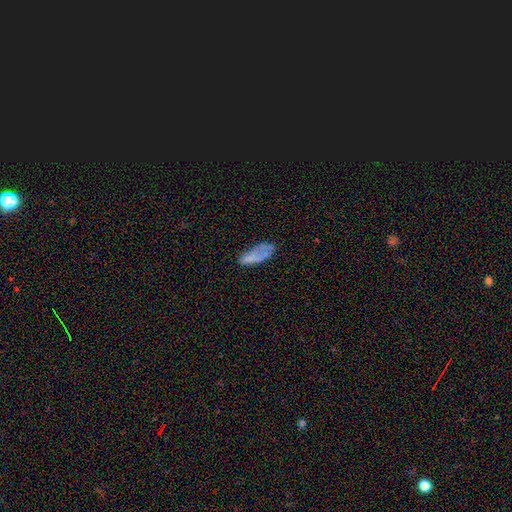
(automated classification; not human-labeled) A smooth galaxy with no disk features (60%) that is in between round and cigar-shaped (73%).

Vote fractions:
- Smooth or featured? smooth: 60% / featured or disk: 27% / star or artifact: 13%
- How rounded? in between: 73% / cigar-shaped: 24% / round: 3%
- Merging? none: 48% / minor disturbance: 26% / major disturbance: 20% / merger: 7%